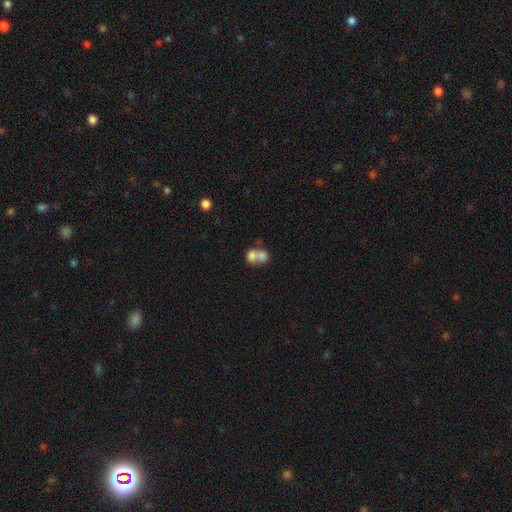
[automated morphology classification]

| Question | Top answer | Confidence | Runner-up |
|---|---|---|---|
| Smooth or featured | smooth | 73% | featured or disk (19%) |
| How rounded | round | 55% | in between (44%) |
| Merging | merger | 73% | none (19%) |